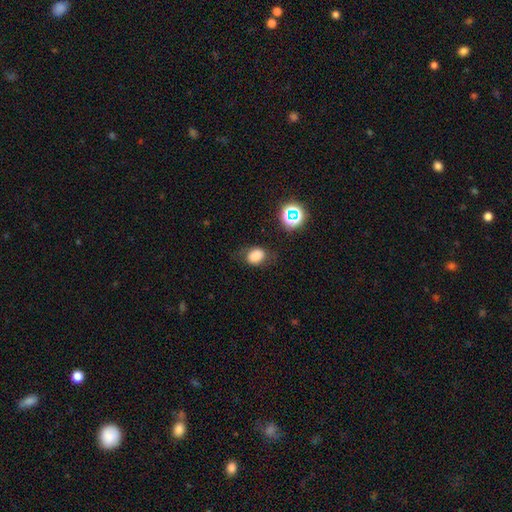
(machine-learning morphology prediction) smooth 77%, star or artifact 14%, featured or disk 9%. Down the decision tree: how rounded — in between (59%); merging — none (71%).